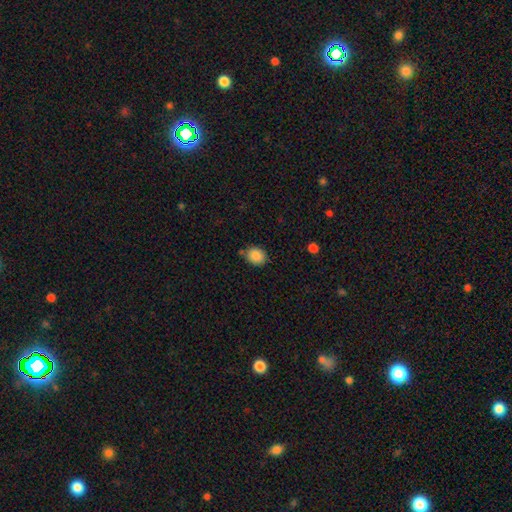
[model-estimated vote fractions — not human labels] This appears to be a smooth galaxy with no disk features (87%) that is round (64%). Merging: none (76%).